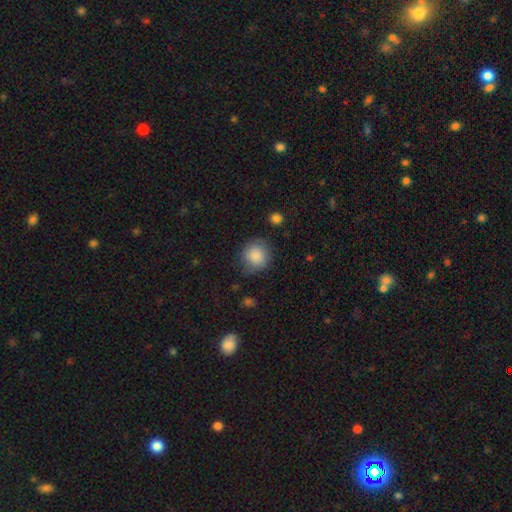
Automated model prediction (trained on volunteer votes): Smooth or featured?
  - smooth: 87% *
  - star or artifact: 8%
  - featured or disk: 5%
How rounded?
  - round: 86% *
  - in between: 13%
  - cigar-shaped: 1%
Merging?
  - none: 74% *
  - minor disturbance: 18%
  - major disturbance: 6%
  - merger: 2%